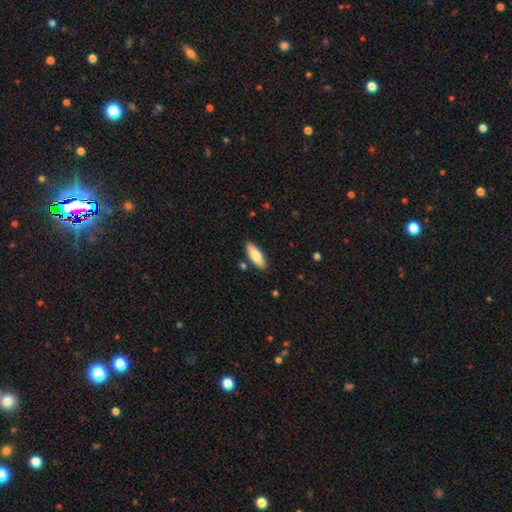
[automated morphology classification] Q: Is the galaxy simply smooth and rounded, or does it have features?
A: smooth — 75%.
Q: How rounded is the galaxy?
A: in between — 69%.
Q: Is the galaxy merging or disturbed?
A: none — 86%.